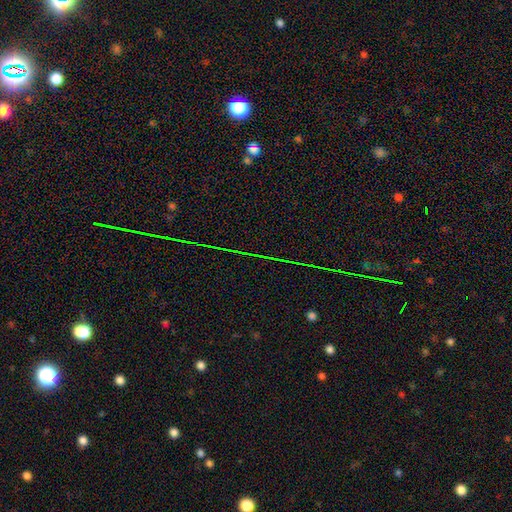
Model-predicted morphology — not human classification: This appears to be a star or artifact, not a galaxy (78%).